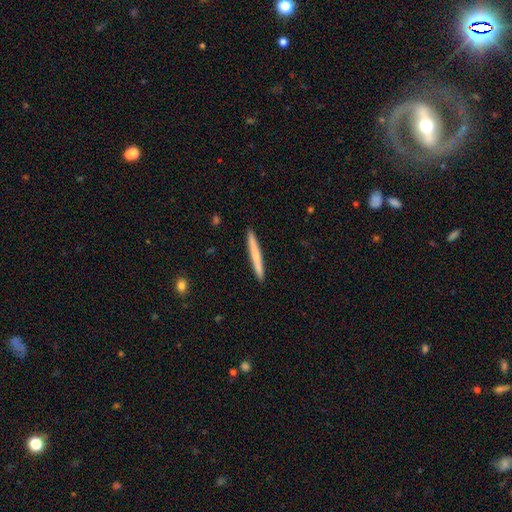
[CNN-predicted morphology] A smooth galaxy with no disk features (66%) that is cigar-shaped (97%).

Vote fractions:
- Smooth or featured? smooth: 66% / featured or disk: 28% / star or artifact: 5%
- How rounded? cigar-shaped: 97% / in between: 2% / round: 1%
- Merging? none: 92% / minor disturbance: 5% / major disturbance: 1% / merger: 1%